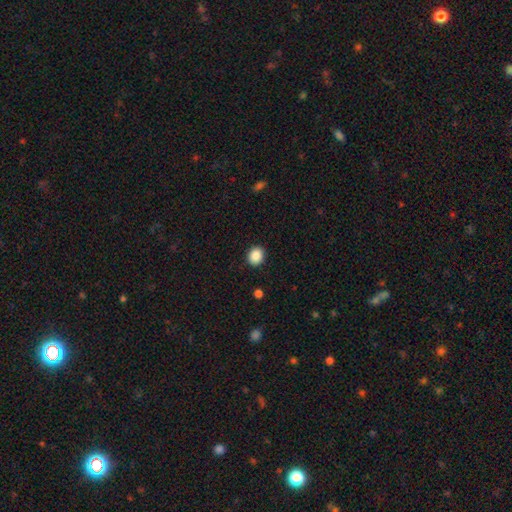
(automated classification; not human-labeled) Q: Smooth or featured?
A: smooth (88%); runner-up: star or artifact (9%)
Q: How rounded?
A: round (70%); runner-up: in between (29%)
Q: Merging?
A: none (91%); runner-up: minor disturbance (6%)